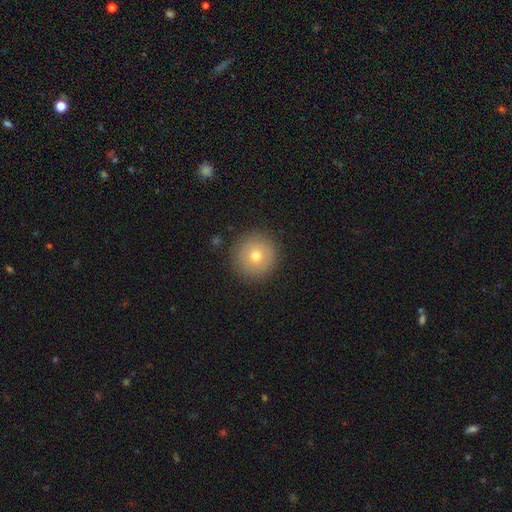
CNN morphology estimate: smooth_or_featured: smooth (p=0.71) [alt: featured or disk p=0.18]
how_rounded: round (p=0.96) [alt: in between p=0.03]
merging: none (p=0.90) [alt: minor disturbance p=0.06]